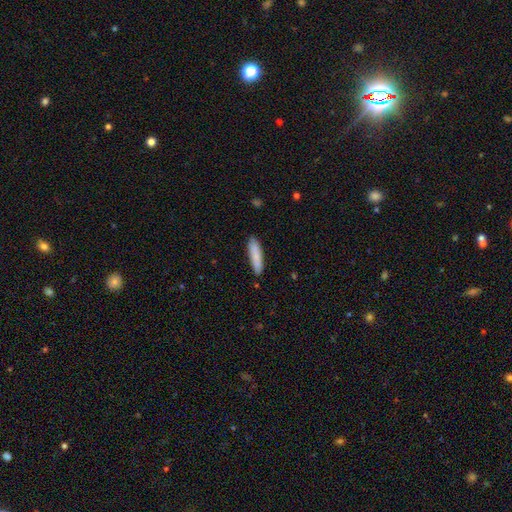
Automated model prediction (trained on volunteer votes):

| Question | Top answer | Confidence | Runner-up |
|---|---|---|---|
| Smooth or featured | smooth | 83% | featured or disk (12%) |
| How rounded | cigar-shaped | 75% | in between (24%) |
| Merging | none | 85% | minor disturbance (12%) |